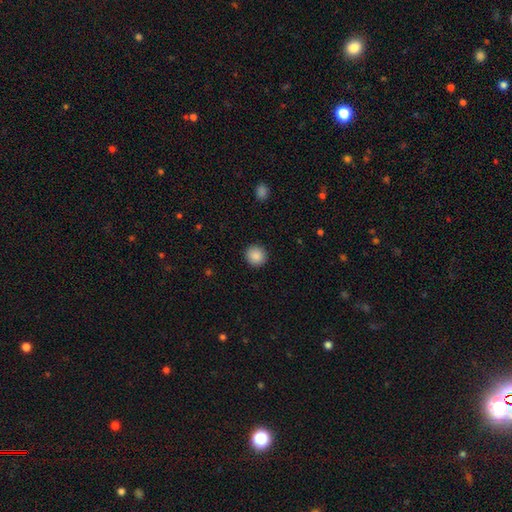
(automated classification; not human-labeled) The model was most divided on "smooth or featured": smooth: 88%, star or artifact: 8%, featured or disk: 4%. More confident: how rounded — round (93%); merging — none (93%).